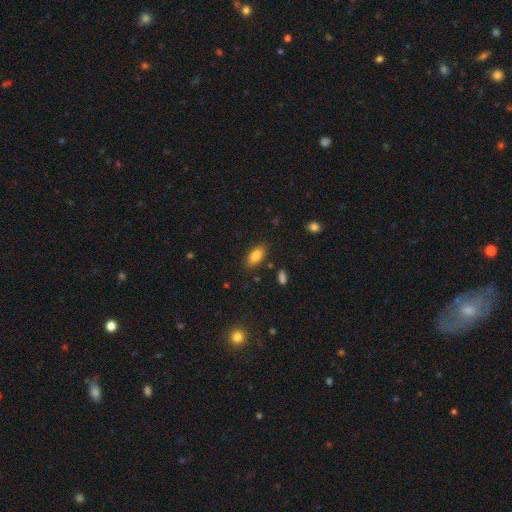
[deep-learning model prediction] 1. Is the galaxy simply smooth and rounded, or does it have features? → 83% smooth, 9% featured or disk, 8% star or artifact.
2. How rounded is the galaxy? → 90% in between, 6% cigar-shaped, 4% round.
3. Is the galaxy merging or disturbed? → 84% none, 11% minor disturbance, 3% major disturbance, 2% merger.